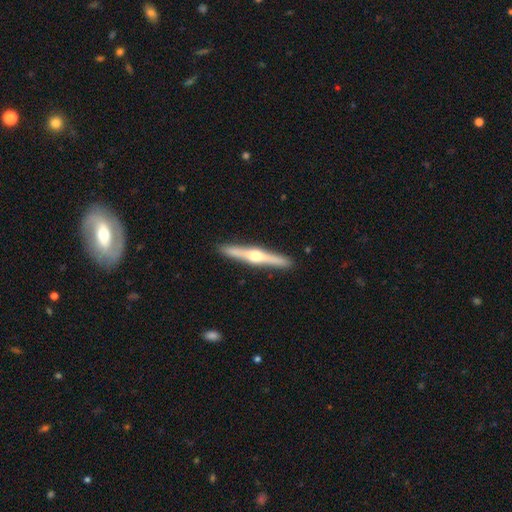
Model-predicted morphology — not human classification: type=featured or disk (72%); edge-on=yes (98%); edge-on bulge=rounded (93%); merging=none (92%).